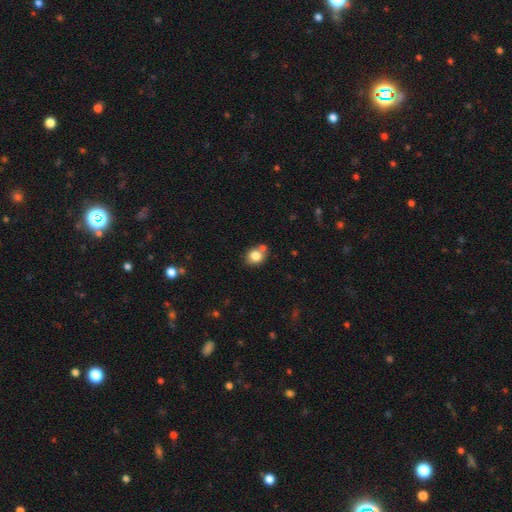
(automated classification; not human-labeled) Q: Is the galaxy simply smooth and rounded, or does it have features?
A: smooth — 81%.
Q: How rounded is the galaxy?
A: round — 69%.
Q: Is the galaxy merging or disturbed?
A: none — 65%.